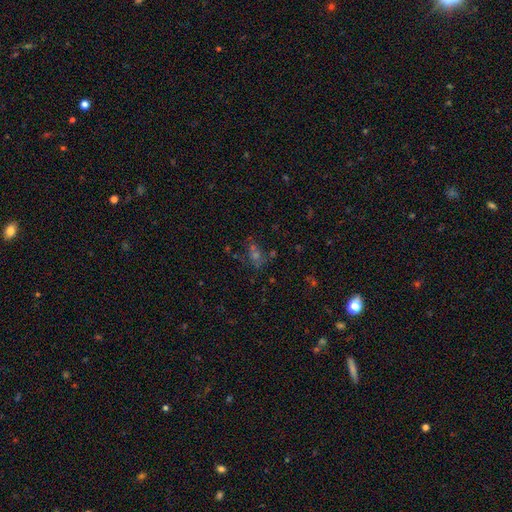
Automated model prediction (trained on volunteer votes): Smooth or featured? Predicted: star or artifact (p=0.43).